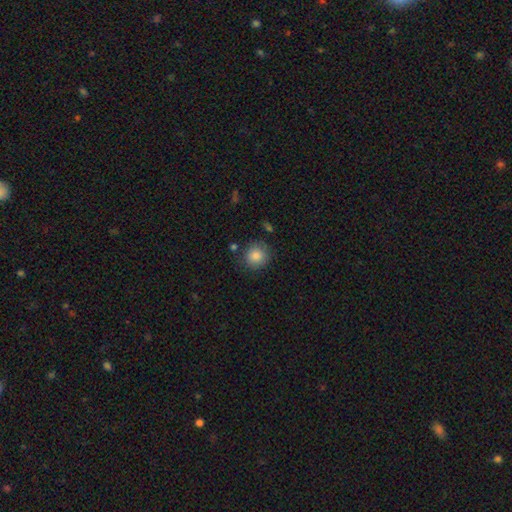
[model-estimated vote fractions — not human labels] Smooth or featured? smooth (86%)
How rounded? round (90%)
Merging? none (82%)